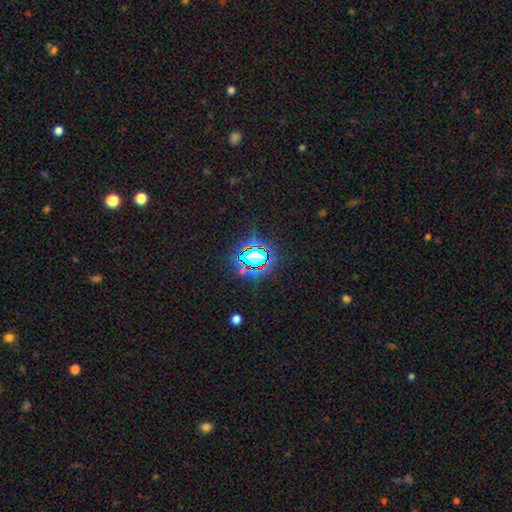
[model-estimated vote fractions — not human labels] A star or artifact, not a galaxy (71%).

Vote fractions:
- Smooth or featured? star or artifact: 71% / smooth: 17% / featured or disk: 12%